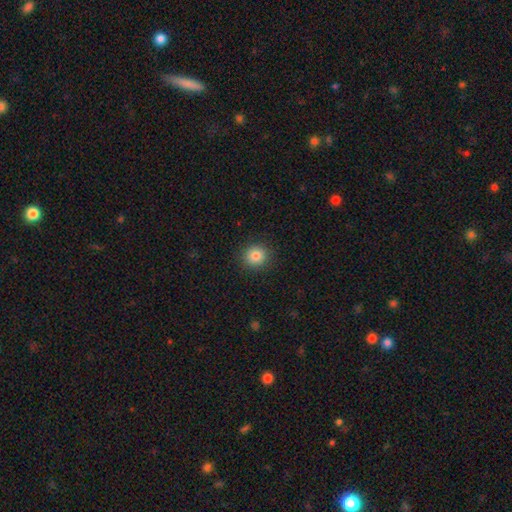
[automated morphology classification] The model was most divided on "smooth or featured": smooth: 83%, star or artifact: 11%, featured or disk: 6%. More confident: merging — none (91%); how rounded — round (90%).